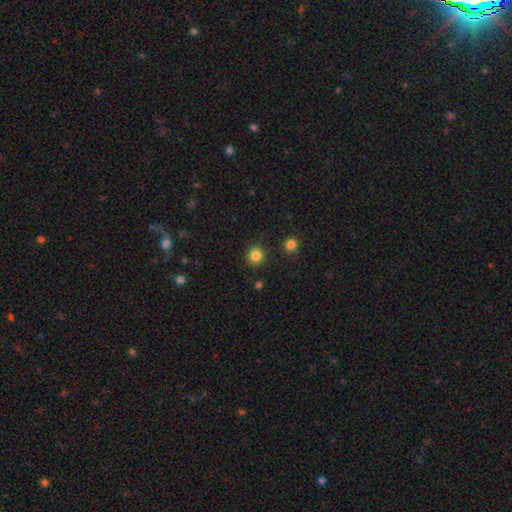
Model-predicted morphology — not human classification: A smooth galaxy with no disk features (84%) that is round (91%).

Vote fractions:
- Smooth or featured? smooth: 84% / star or artifact: 12% / featured or disk: 4%
- How rounded? round: 91% / in between: 8% / cigar-shaped: 1%
- Merging? none: 89% / minor disturbance: 7% / major disturbance: 2% / merger: 2%